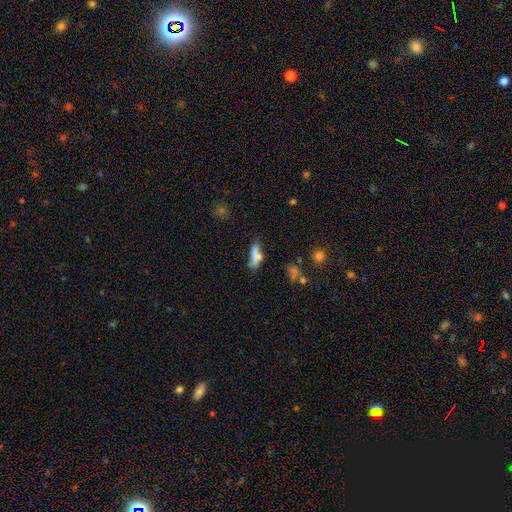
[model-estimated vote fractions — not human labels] smooth-or-featured: smooth: 65% | featured or disk: 24% | star or artifact: 11%
  how-rounded: in between: 52% | cigar-shaped: 44% | round: 4%
  merging: none: 40% | minor disturbance: 25% | merger: 20% | major disturbance: 15%